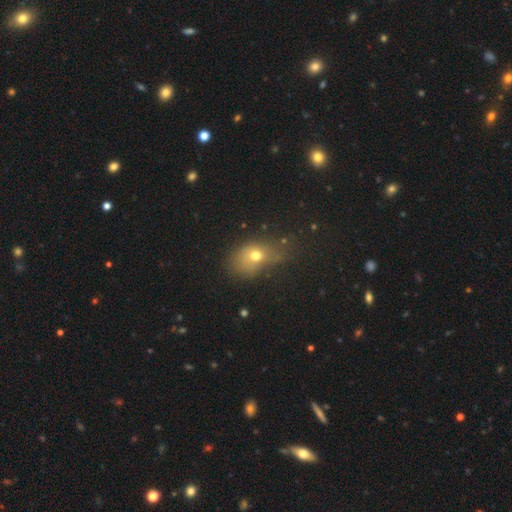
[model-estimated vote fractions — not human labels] Smooth or featured? smooth (67%)
How rounded? in between (59%)
Merging? none (37%)